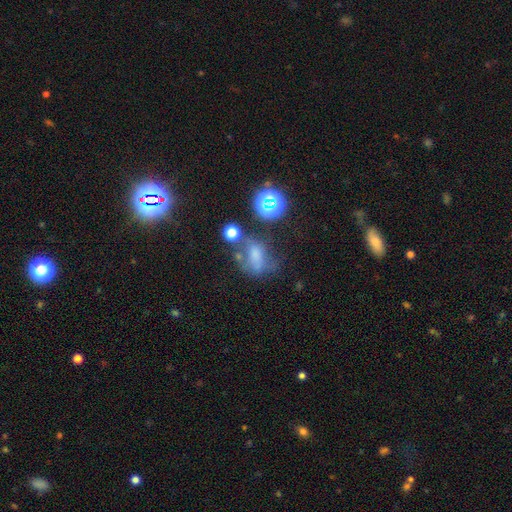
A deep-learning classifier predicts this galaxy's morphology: A smooth galaxy with no disk features (50%).

Vote fractions:
- Smooth or featured? smooth: 50% / featured or disk: 25% / star or artifact: 25%
- Merging? none: 33% / major disturbance: 26% / minor disturbance: 22% / merger: 19%